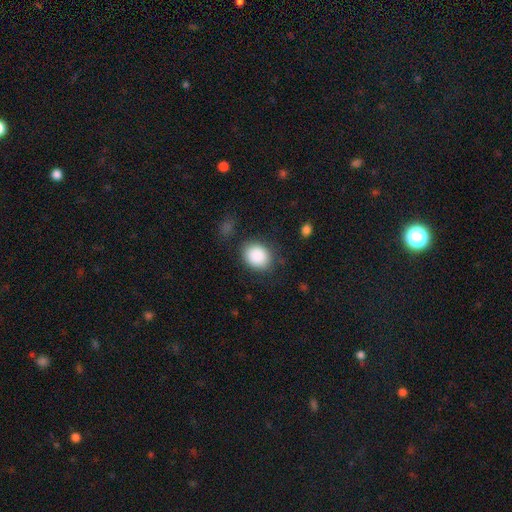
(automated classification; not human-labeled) The model was most divided on "how rounded": round: 57%, in between: 42%, cigar-shaped: 1%. More confident: smooth or featured — smooth (89%); merging — none (81%).